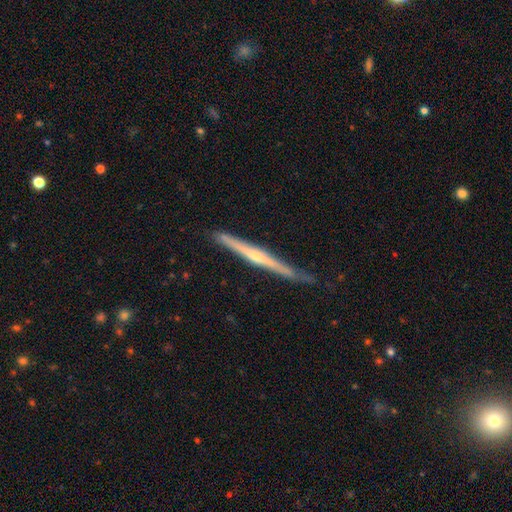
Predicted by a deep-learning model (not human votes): The model was most divided on "edge-on bulge": rounded: 63%, none: 31%, boxy: 6%. More confident: edge-on disk — yes (98%); merging — none (79%); smooth or featured — featured or disk (73%).